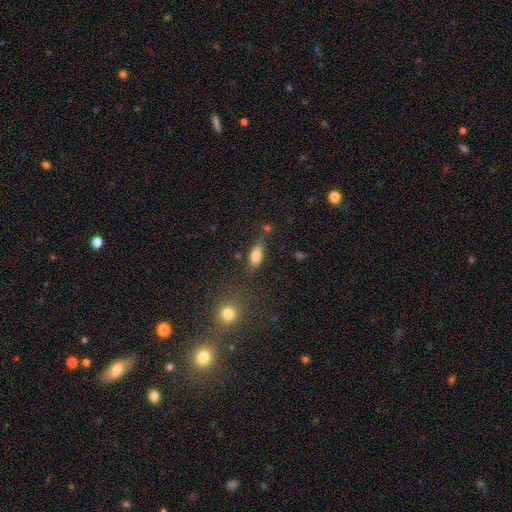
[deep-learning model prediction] Smooth or featured? smooth (80%)
How rounded? in between (84%)
Merging? none (71%)